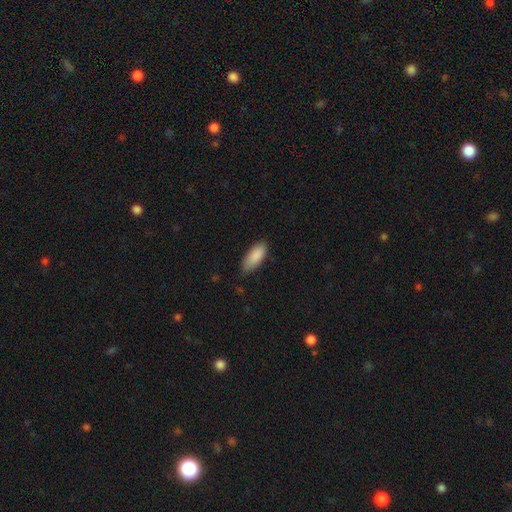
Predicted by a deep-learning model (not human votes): This appears to be a smooth galaxy with no disk features (89%) that is in between round and cigar-shaped (84%). Merging: none (75%).